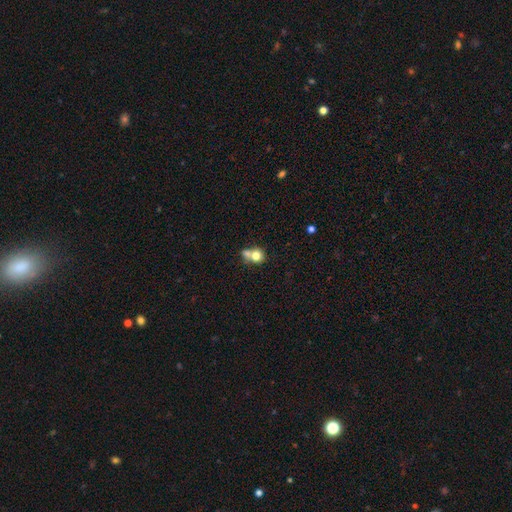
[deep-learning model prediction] smooth 75%, featured or disk 15%, star or artifact 11%. Down the decision tree: how rounded — round (76%); merging — merger (53%).